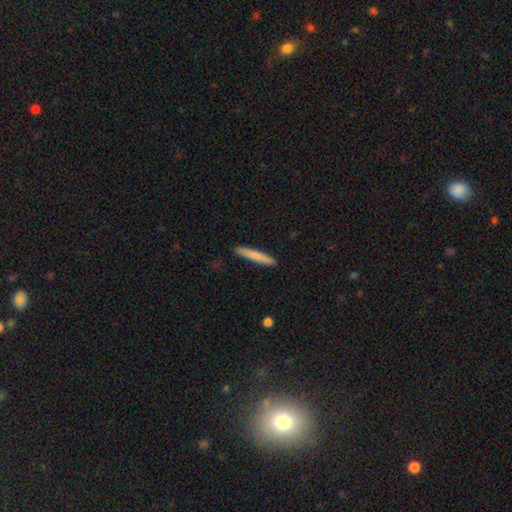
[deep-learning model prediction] The model was most divided on "smooth or featured": smooth: 76%, featured or disk: 19%, star or artifact: 5%. More confident: how rounded — cigar-shaped (96%); merging — none (92%).